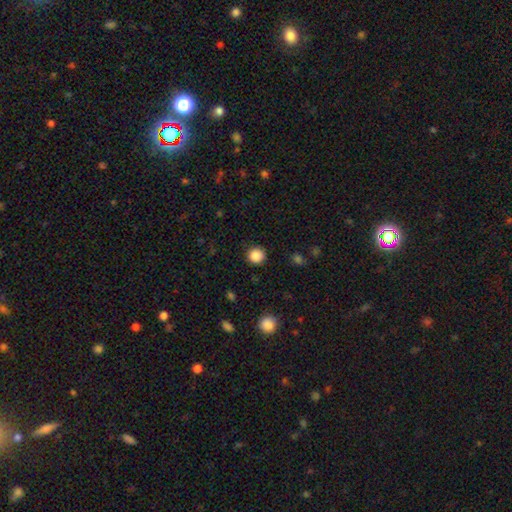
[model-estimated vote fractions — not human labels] Overall: smooth (87%). How rounded: round (94%). Merging: none (90%).